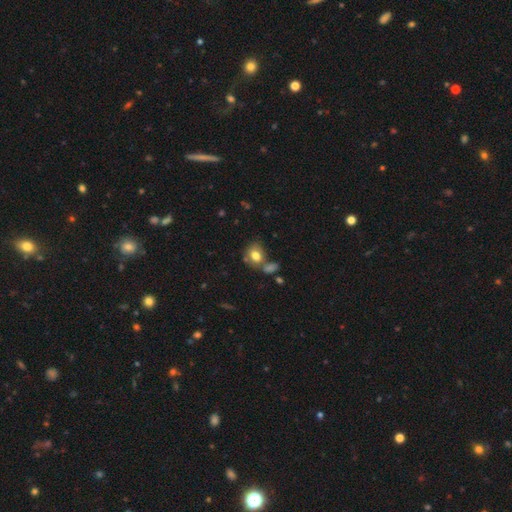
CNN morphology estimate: smooth_or_featured: smooth (p=0.78) [alt: featured or disk p=0.12]
how_rounded: round (p=0.51) [alt: in between p=0.48]
merging: none (p=0.51) [alt: merger p=0.25]